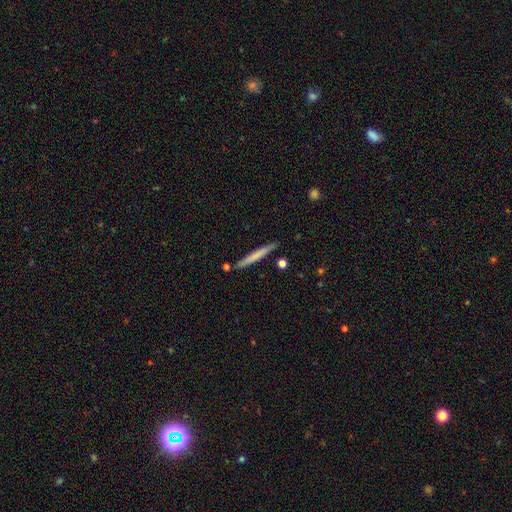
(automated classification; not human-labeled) Smooth or featured? smooth (66%)
How rounded? cigar-shaped (97%)
Merging? none (87%)